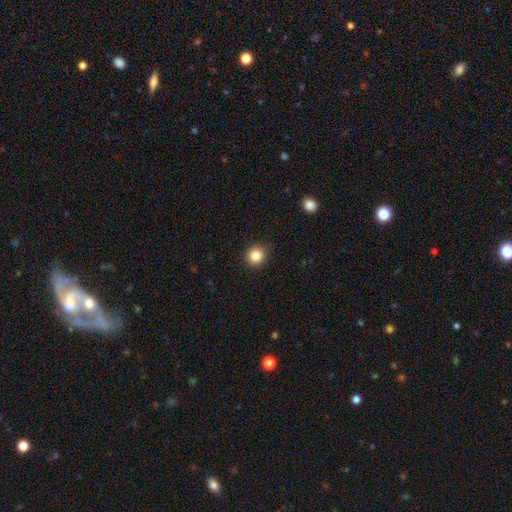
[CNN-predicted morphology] Overall: smooth (86%). How rounded: round (86%). Merging: none (88%).